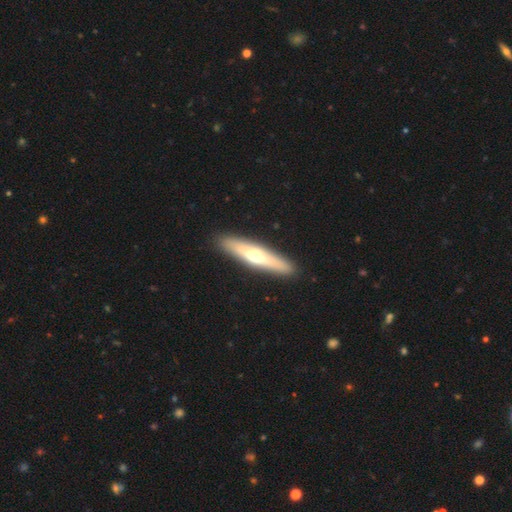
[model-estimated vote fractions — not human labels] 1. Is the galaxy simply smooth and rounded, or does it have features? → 48% featured or disk, 47% smooth, 5% star or artifact.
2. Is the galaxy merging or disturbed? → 90% none, 7% minor disturbance, 2% major disturbance, 1% merger.